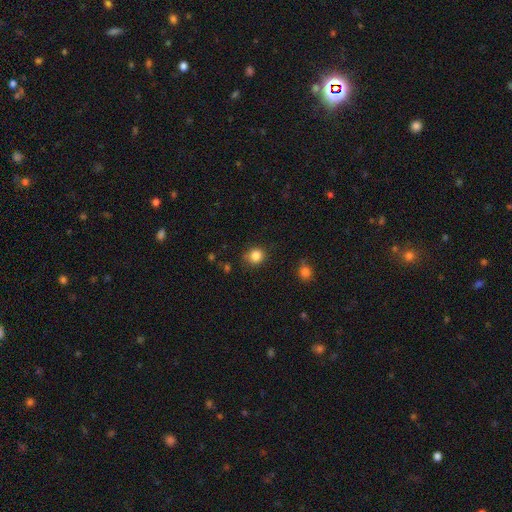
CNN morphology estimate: This is clearly a smooth galaxy (84%). How rounded: likely round (79%). Merging: clearly none (81%).